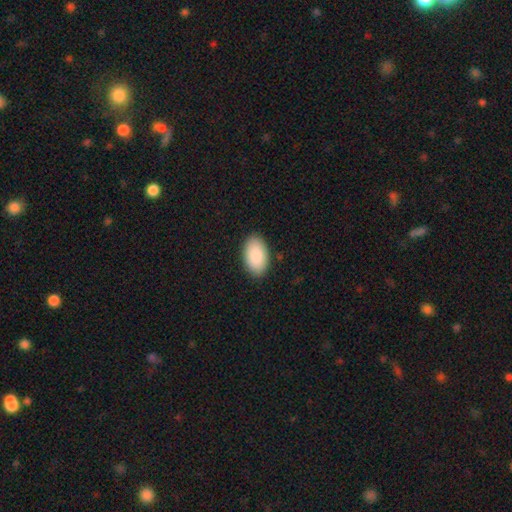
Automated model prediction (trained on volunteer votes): smooth_or_featured: smooth (p=0.90) [alt: star or artifact p=0.06]
how_rounded: in between (p=0.95) [alt: round p=0.03]
merging: none (p=0.89) [alt: minor disturbance p=0.08]